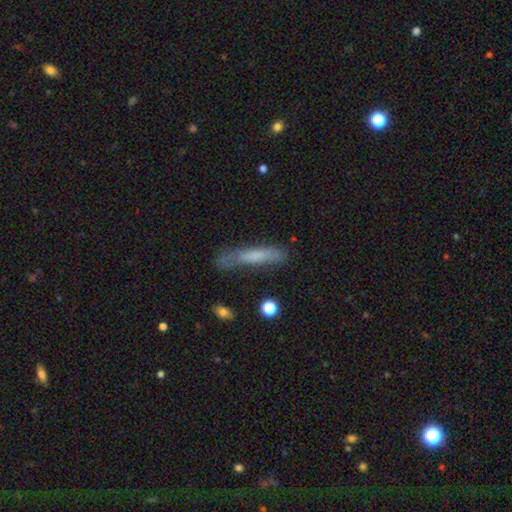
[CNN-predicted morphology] smooth_or_featured: smooth (p=0.66) [alt: featured or disk p=0.26]
how_rounded: cigar-shaped (p=0.89) [alt: in between p=0.09]
merging: none (p=0.57) [alt: minor disturbance p=0.26]